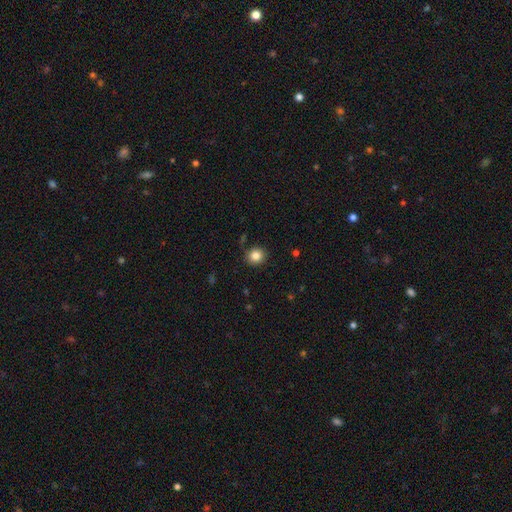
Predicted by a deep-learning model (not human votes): smooth 84%, star or artifact 11%, featured or disk 5%. Down the decision tree: how rounded — round (87%); merging — none (88%).